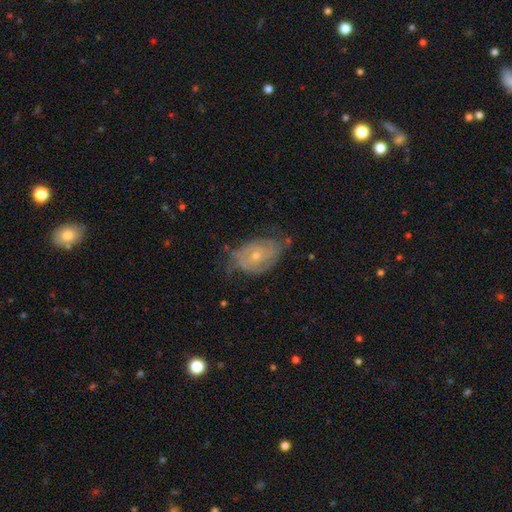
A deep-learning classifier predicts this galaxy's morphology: Overall: featured or disk (73%). Edge-on disk: no (96%). Bar: no (76%). Spiral arms: yes (84%). Spiral arm count: can't tell (39%; 2 38%). Spiral winding: tight (58%; medium 31%). Bulge size: small (62%; moderate 34%). Merging: none (56%; minor disturbance 30%).